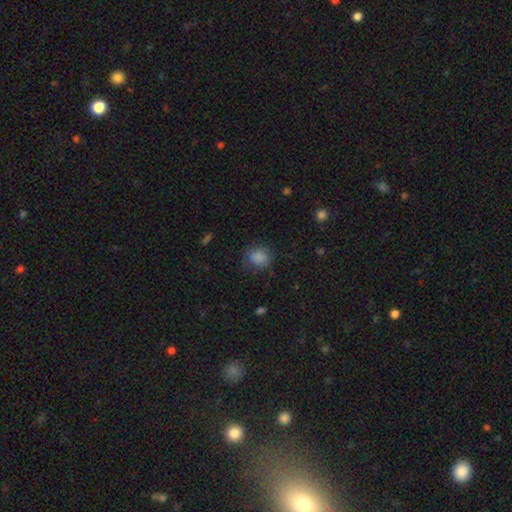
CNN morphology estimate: Smooth or featured? Predicted: smooth (p=0.78). How rounded? Predicted: round (p=0.73). Merging? Predicted: none (p=0.80).